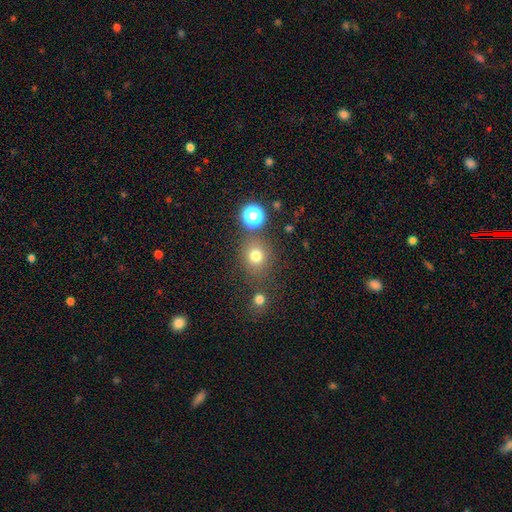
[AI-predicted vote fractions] Q: Smooth or featured?
A: smooth (75%); runner-up: star or artifact (17%)
Q: How rounded?
A: round (81%); runner-up: in between (18%)
Q: Merging?
A: none (77%); runner-up: minor disturbance (11%)